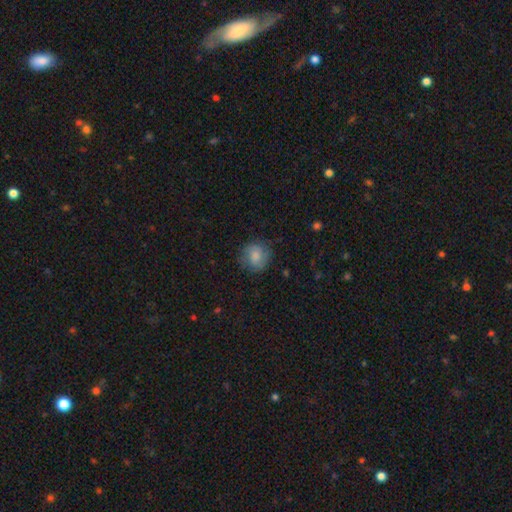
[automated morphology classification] A smooth galaxy with no disk features (65%) that is round (82%).

Vote fractions:
- Smooth or featured? smooth: 65% / featured or disk: 27% / star or artifact: 8%
- How rounded? round: 82% / in between: 17% / cigar-shaped: 1%
- Merging? none: 77% / minor disturbance: 17% / major disturbance: 6% / merger: 1%